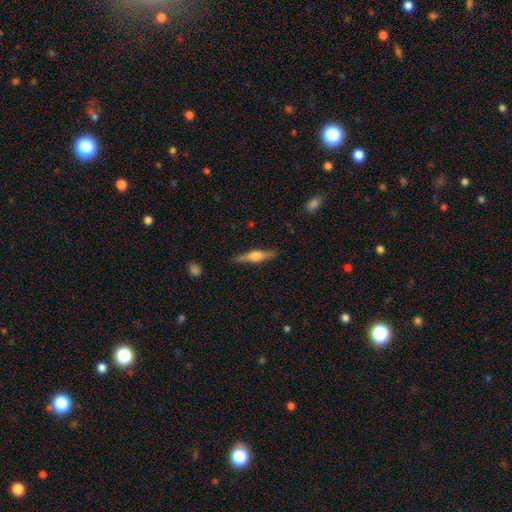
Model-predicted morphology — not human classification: smooth_or_featured: featured or disk (p=0.63) [alt: smooth p=0.31]
disk_edge_on: yes (p=0.96) [alt: no p=0.04]
edge_on_bulge: rounded (p=0.88) [alt: boxy p=0.09]
merging: none (p=0.86) [alt: minor disturbance p=0.11]